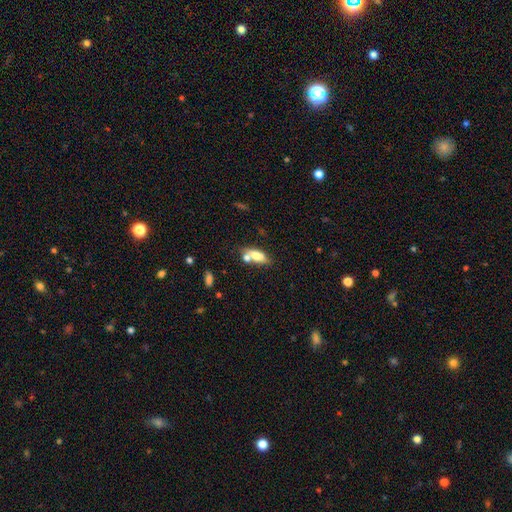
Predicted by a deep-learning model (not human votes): A smooth galaxy with no disk features (67%) that is in between round and cigar-shaped (73%).

Vote fractions:
- Smooth or featured? smooth: 67% / featured or disk: 24% / star or artifact: 8%
- How rounded? in between: 73% / cigar-shaped: 23% / round: 5%
- Merging? none: 48% / merger: 32% / minor disturbance: 15% / major disturbance: 6%